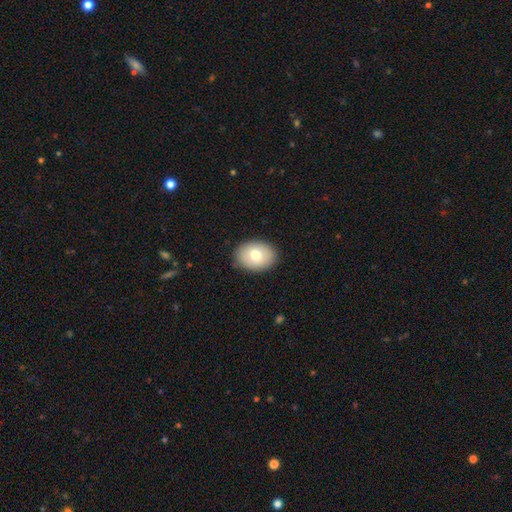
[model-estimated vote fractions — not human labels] A smooth galaxy with no disk features (75%) that is in between round and cigar-shaped (72%).

Vote fractions:
- Smooth or featured? smooth: 75% / featured or disk: 17% / star or artifact: 8%
- How rounded? in between: 72% / round: 27% / cigar-shaped: 1%
- Merging? none: 88% / minor disturbance: 9% / major disturbance: 2% / merger: 1%